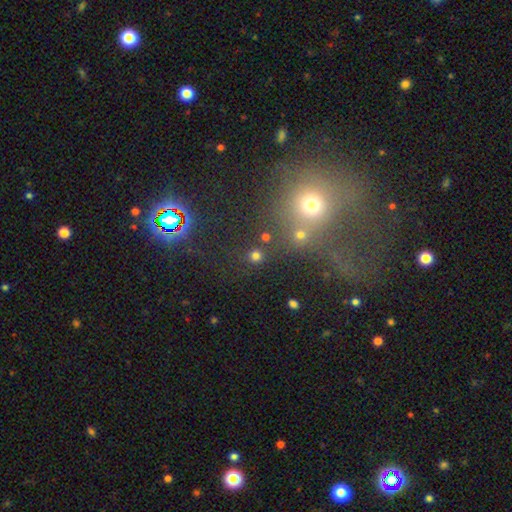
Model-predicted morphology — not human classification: Overall: smooth (75%). How rounded: round (93%). Merging: none (84%).